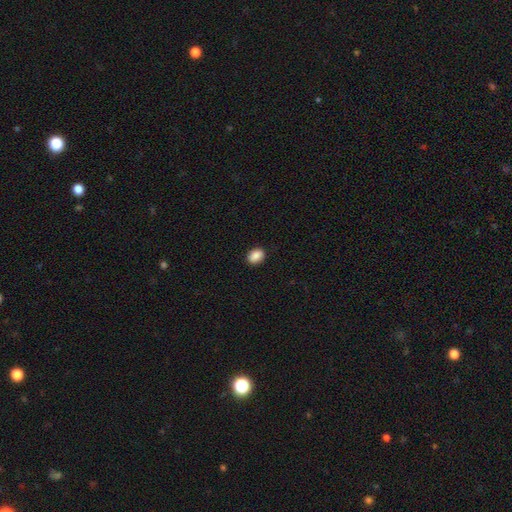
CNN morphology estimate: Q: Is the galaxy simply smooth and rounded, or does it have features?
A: smooth — 89%.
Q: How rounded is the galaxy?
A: in between — 71%.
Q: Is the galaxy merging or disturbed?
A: none — 89%.